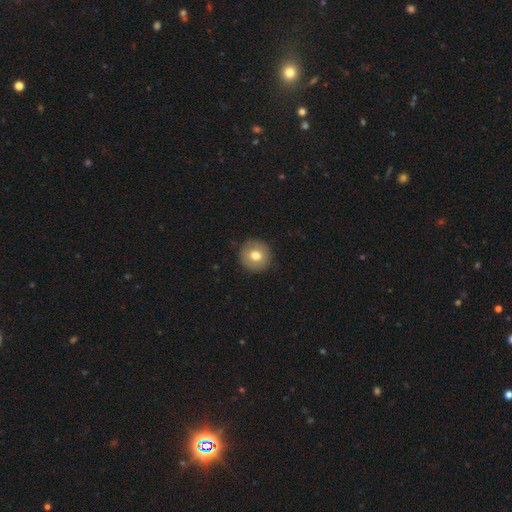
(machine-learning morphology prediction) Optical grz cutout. It shows a smooth galaxy with no disk features (74%) that is round (94%). Merging: none (90%).